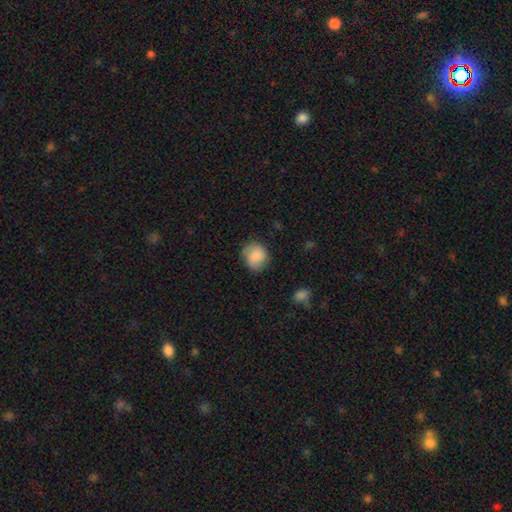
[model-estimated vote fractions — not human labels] smooth 85%, featured or disk 8%, star or artifact 7%. Down the decision tree: how rounded — round (76%); merging — none (76%).